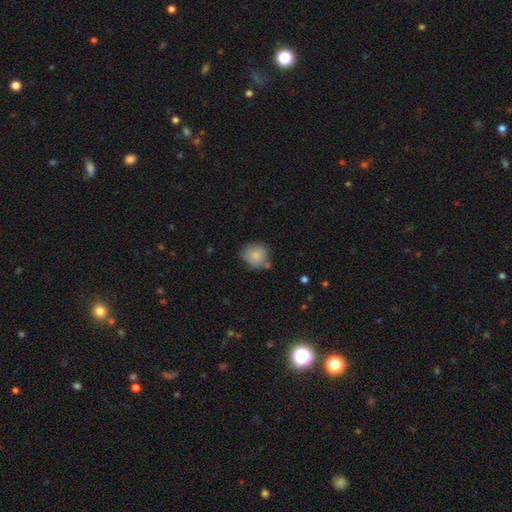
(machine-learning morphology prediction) smooth-or-featured: smooth: 83% | featured or disk: 10% | star or artifact: 8%
  how-rounded: round: 84% | in between: 15% | cigar-shaped: 1%
  merging: none: 67% | minor disturbance: 21% | merger: 8% | major disturbance: 4%